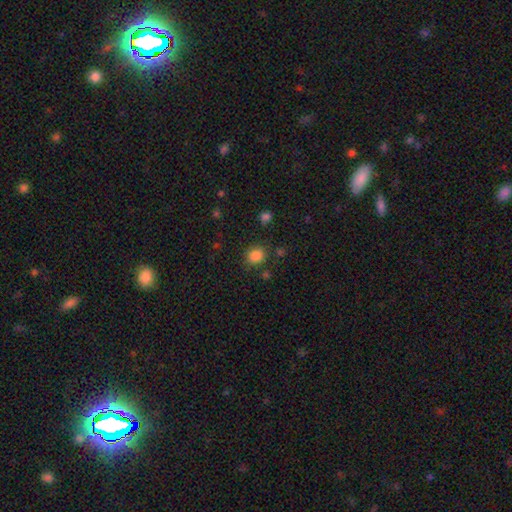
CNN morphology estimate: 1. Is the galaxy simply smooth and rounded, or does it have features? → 85% smooth, 11% star or artifact, 4% featured or disk.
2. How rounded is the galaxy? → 75% round, 24% in between, 1% cigar-shaped.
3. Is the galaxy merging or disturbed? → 82% none, 11% minor disturbance, 4% major disturbance, 4% merger.